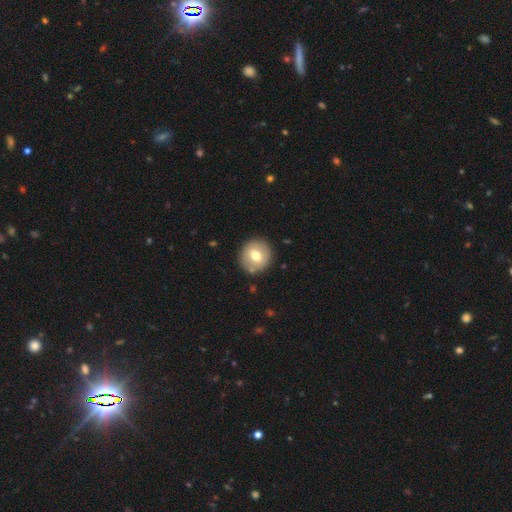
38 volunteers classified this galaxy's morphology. smooth_or_featured: smooth (p=0.55) [alt: featured or disk p=0.37]
how_rounded: round (p=0.90) [alt: in between p=0.05]
merging: none (p=0.83) [alt: minor disturbance p=0.14]